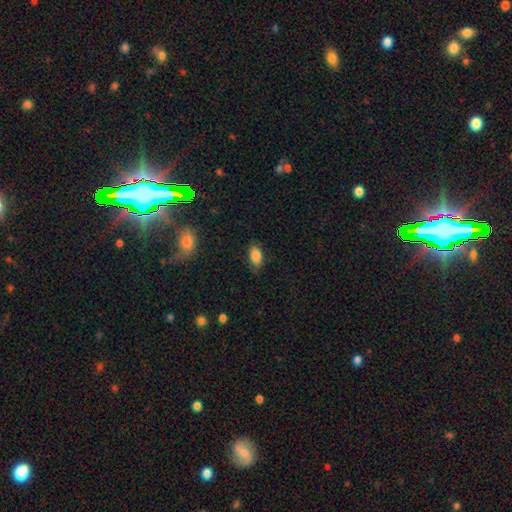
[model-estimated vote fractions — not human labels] Morphology: type=smooth (85%); roundness=in between (90%); merging=none (76%).